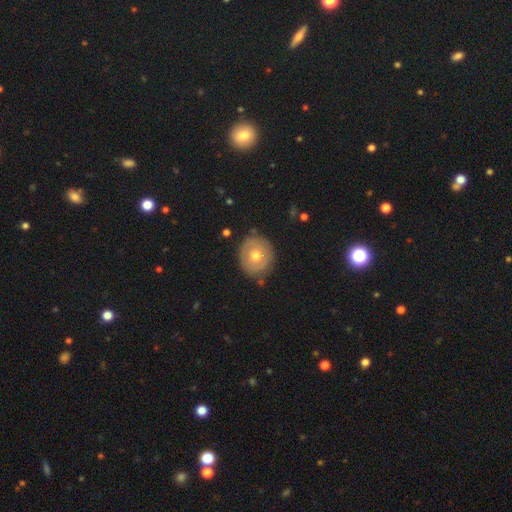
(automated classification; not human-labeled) This is possibly a smooth galaxy (53%). How rounded: likely round (79%). Merging: clearly none (81%).